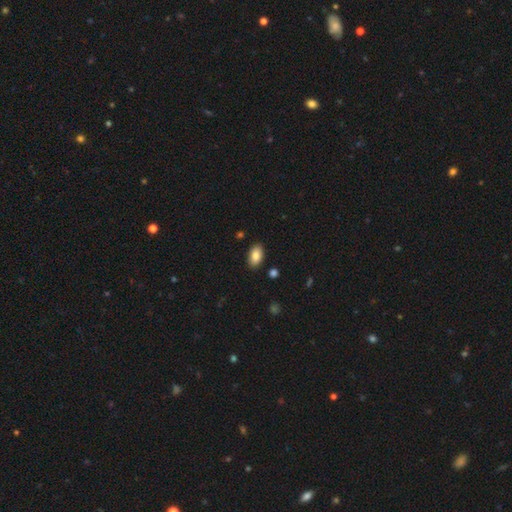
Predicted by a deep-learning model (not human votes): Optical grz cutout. It shows a smooth galaxy with no disk features (86%) that is in between round and cigar-shaped (93%). Merging: none (88%).